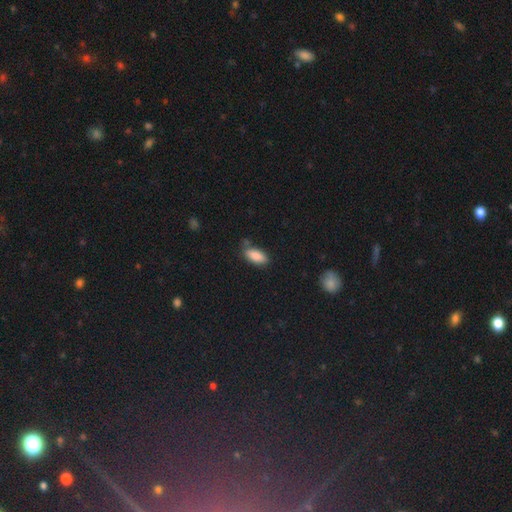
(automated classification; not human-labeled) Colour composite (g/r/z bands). It shows a smooth galaxy with no disk features (88%) that is in between round and cigar-shaped (86%). Merging: none (74%).